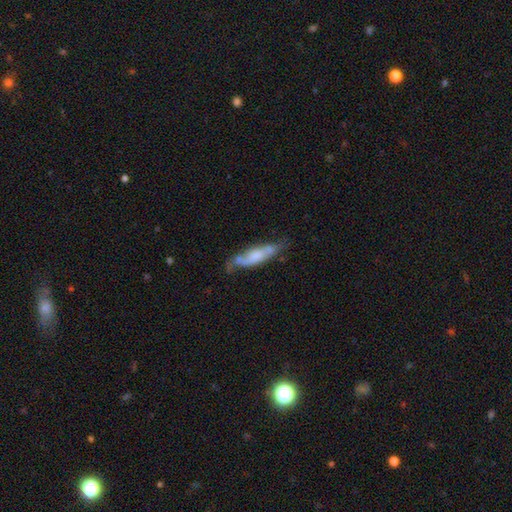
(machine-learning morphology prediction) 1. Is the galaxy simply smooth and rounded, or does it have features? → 47% featured or disk, 45% smooth, 7% star or artifact.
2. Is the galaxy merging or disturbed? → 51% none, 29% minor disturbance, 13% major disturbance, 7% merger.